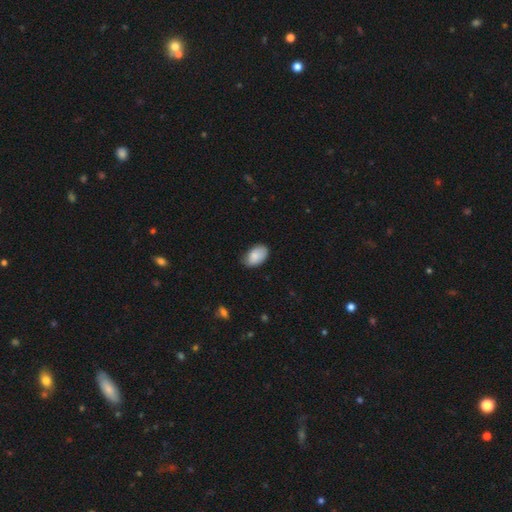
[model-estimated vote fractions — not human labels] smooth_or_featured: smooth (p=0.84) [alt: featured or disk p=0.10]
how_rounded: in between (p=0.92) [alt: round p=0.07]
merging: none (p=0.71) [alt: minor disturbance p=0.25]